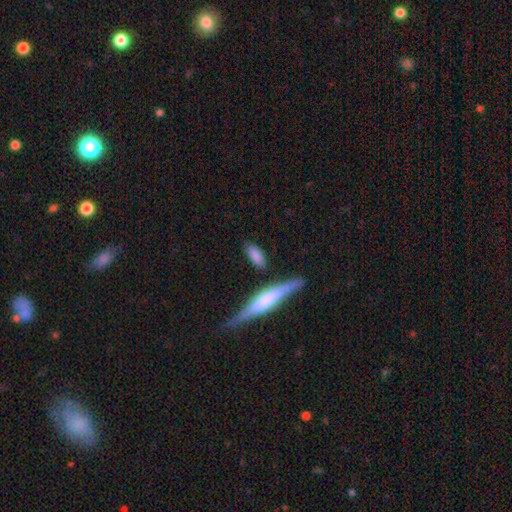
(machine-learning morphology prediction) Overall: smooth (80%). How rounded: in between (63%; cigar-shaped 34%). Merging: none (76%).